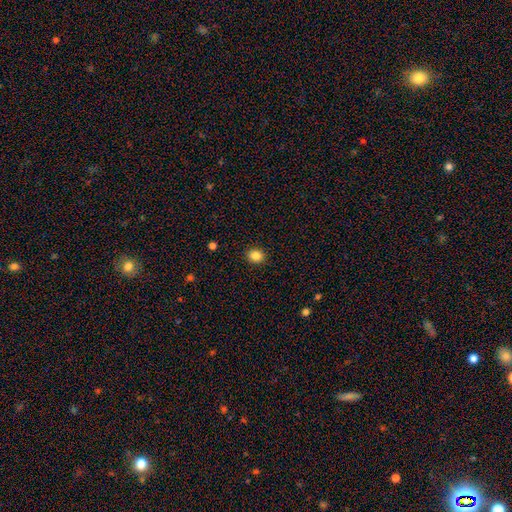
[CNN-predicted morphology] smooth_or_featured: smooth (p=0.85) [alt: star or artifact p=0.10]
how_rounded: round (p=0.66) [alt: in between p=0.34]
merging: none (p=0.91) [alt: minor disturbance p=0.06]